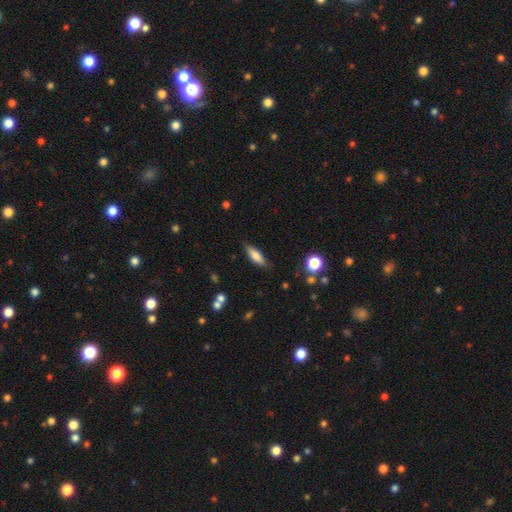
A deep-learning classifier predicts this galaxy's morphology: This appears to be a smooth galaxy with no disk features (76%) that is in between round and cigar-shaped (56%). Merging: none (80%).